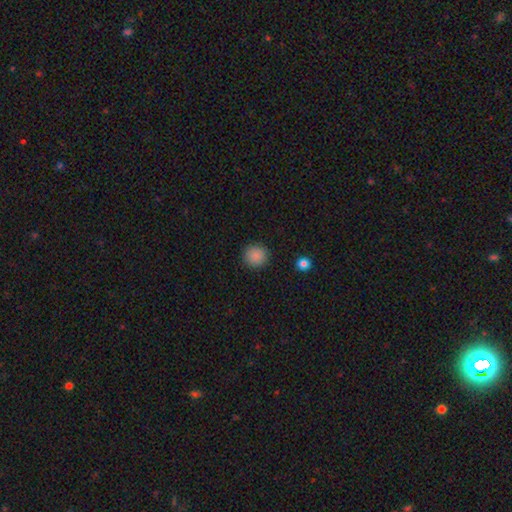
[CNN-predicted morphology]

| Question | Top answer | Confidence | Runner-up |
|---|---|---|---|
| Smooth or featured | smooth | 88% | star or artifact (10%) |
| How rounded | round | 94% | in between (6%) |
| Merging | none | 92% | minor disturbance (5%) |